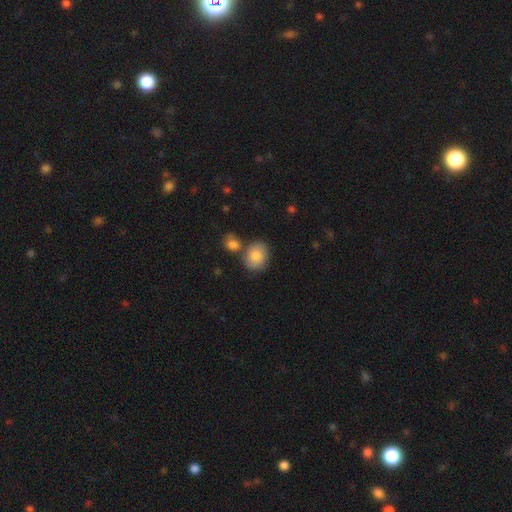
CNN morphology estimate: Smooth or featured? Predicted: smooth (p=0.84). How rounded? Predicted: round (p=0.52). Merging? Predicted: none (p=0.64).